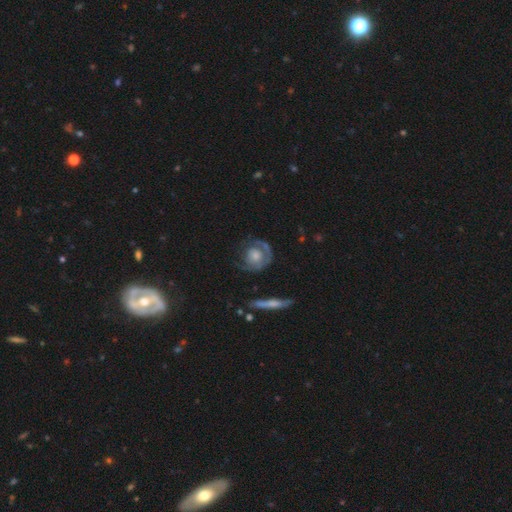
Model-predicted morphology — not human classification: This is likely a featured or disk galaxy (62%). It is clearly not viewed edge-on (95%). Bar: clearly no (81%). Spiral arm pattern: likely yes (75%). Central bulge: marginally moderate (40%). Merging: possibly none (55%).